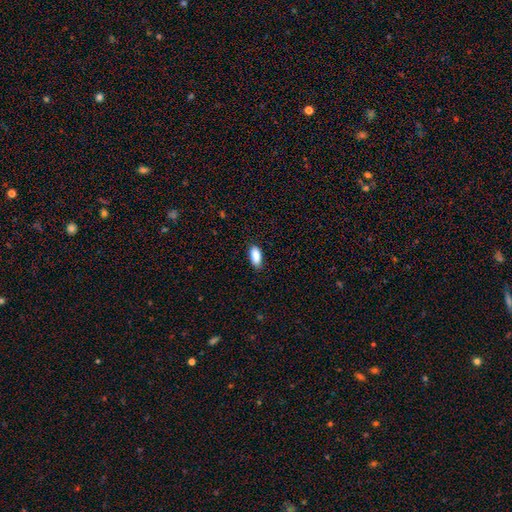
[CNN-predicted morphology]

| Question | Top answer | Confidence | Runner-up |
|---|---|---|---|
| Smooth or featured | smooth | 89% | star or artifact (7%) |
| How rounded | in between | 88% | cigar-shaped (10%) |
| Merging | none | 85% | minor disturbance (11%) |